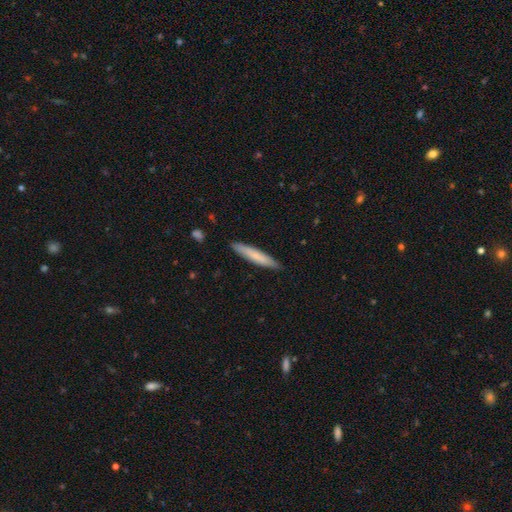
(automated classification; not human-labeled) This is likely a smooth galaxy (74%). How rounded: clearly cigar-shaped (93%). Merging: clearly none (89%).